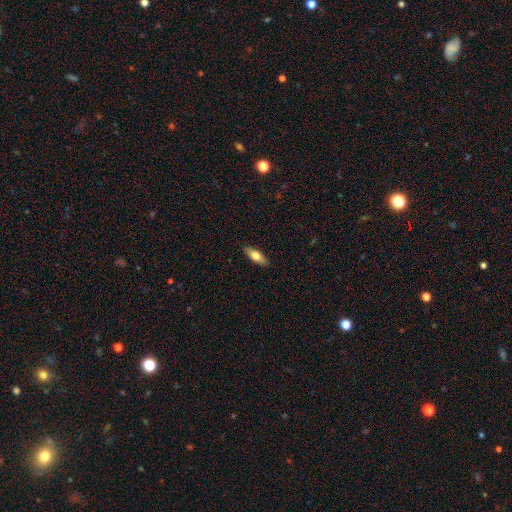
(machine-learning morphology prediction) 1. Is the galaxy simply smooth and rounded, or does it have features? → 68% smooth, 26% featured or disk, 6% star or artifact.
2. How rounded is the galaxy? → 65% in between, 32% cigar-shaped, 3% round.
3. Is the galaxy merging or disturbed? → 88% none, 9% minor disturbance, 2% major disturbance, 1% merger.